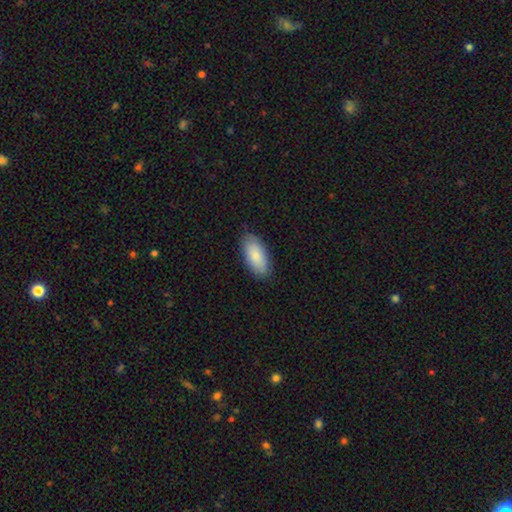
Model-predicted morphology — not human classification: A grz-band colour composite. It shows a smooth galaxy with no disk features (84%) that is in between round and cigar-shaped (90%). Merging: none (84%).